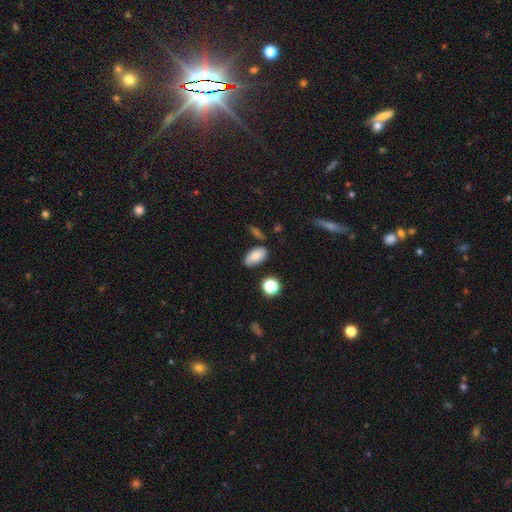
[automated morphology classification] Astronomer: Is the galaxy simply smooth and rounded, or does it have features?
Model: smooth — 79%.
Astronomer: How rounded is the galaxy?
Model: in between — 91%.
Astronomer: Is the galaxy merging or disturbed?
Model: none — 74%.